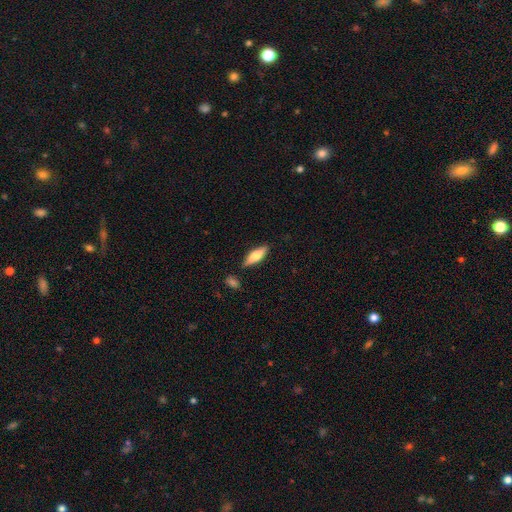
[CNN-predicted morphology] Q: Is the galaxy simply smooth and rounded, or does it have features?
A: smooth — 59%.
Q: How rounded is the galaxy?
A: cigar-shaped — 51%.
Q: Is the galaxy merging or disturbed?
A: none — 83%.